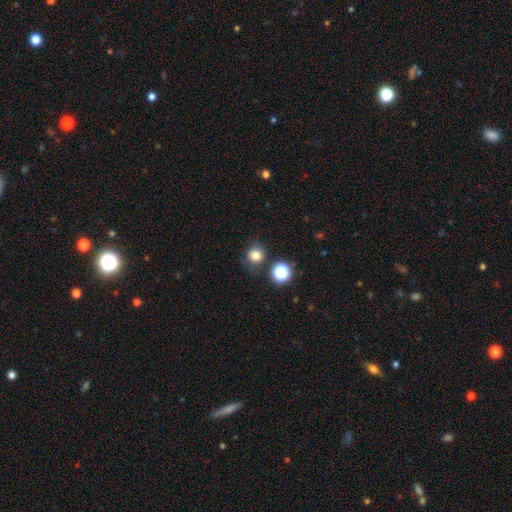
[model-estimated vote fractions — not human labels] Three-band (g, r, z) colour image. It shows a smooth galaxy with no disk features (80%) that is round (89%). Merging: none (79%).